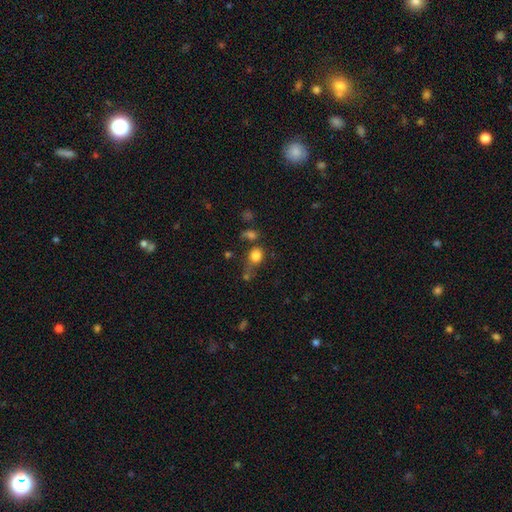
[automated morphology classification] Smooth or featured? Predicted: smooth (p=0.79). How rounded? Predicted: round (p=0.69). Merging? Predicted: none (p=0.47).